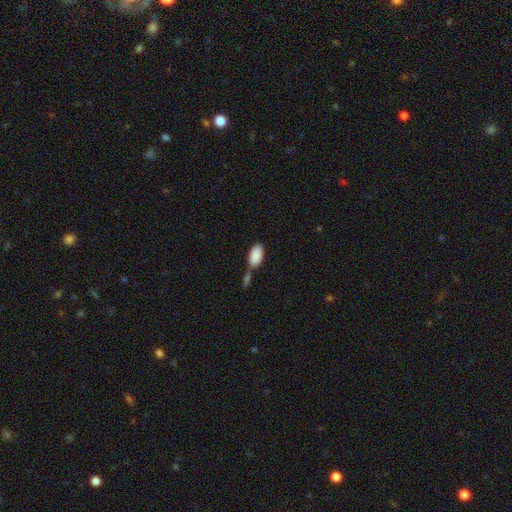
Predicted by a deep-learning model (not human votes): smooth 88%, star or artifact 6%, featured or disk 5%. Down the decision tree: how rounded — in between (95%); merging — none (43%).